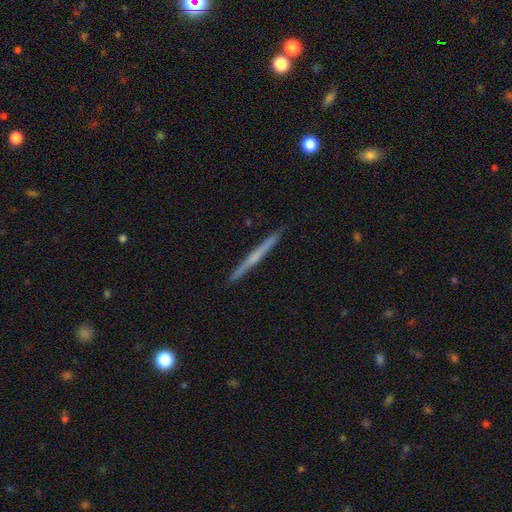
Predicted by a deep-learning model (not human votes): featured or disk 61%, smooth 33%, star or artifact 6%. Down the decision tree: edge-on disk — yes (98%); edge-on bulge — none (67%); merging — none (92%).